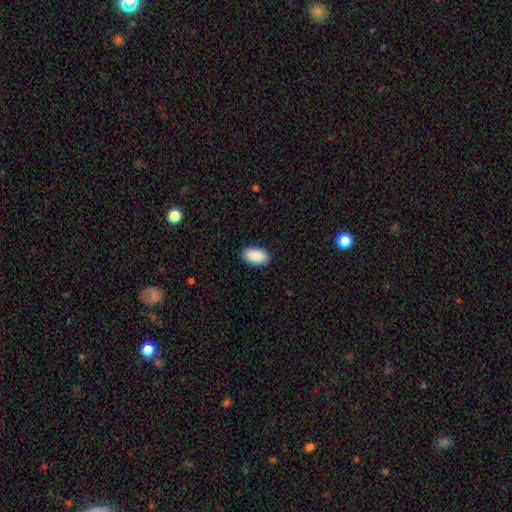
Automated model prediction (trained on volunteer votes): smooth_or_featured: smooth (p=0.91) [alt: star or artifact p=0.06]
how_rounded: in between (p=0.95) [alt: round p=0.04]
merging: none (p=0.88) [alt: minor disturbance p=0.09]